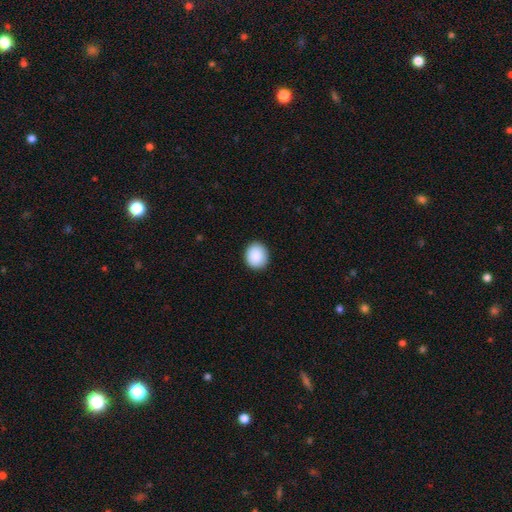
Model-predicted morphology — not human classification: smooth 90%, star or artifact 7%, featured or disk 3%. Down the decision tree: how rounded — round (74%); merging — none (90%).